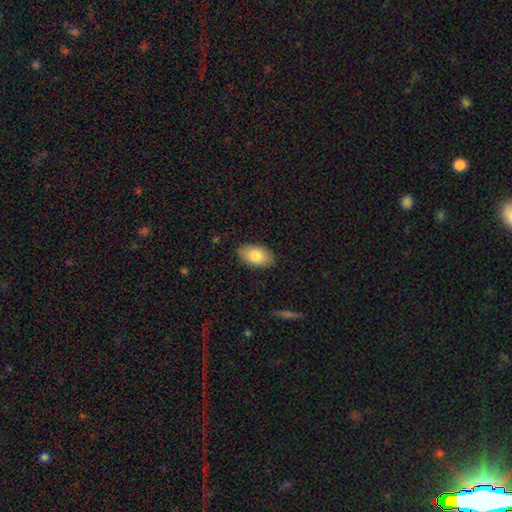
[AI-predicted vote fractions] smooth_or_featured: smooth (p=0.82) [alt: featured or disk p=0.12]
how_rounded: in between (p=0.93) [alt: round p=0.06]
merging: none (p=0.87) [alt: minor disturbance p=0.10]